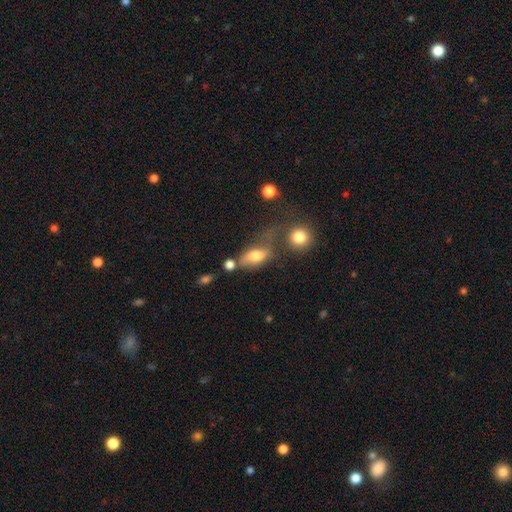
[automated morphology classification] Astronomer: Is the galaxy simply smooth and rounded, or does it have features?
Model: smooth — 70%.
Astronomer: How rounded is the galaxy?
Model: in between — 82%.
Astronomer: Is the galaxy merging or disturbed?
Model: none — 35% (runner-up: merger, 25%).